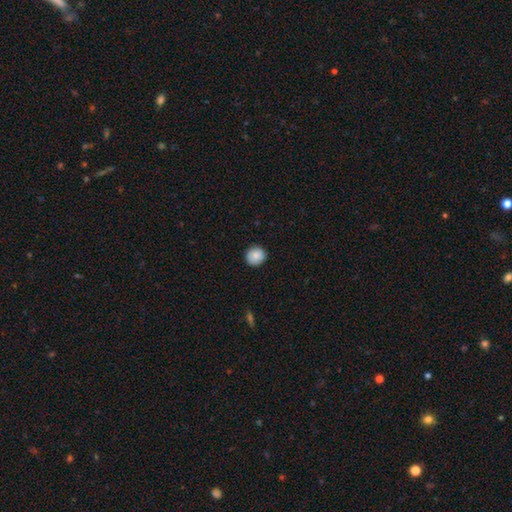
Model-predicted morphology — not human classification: This is clearly a smooth galaxy (87%). How rounded: clearly round (90%). Merging: clearly none (90%).